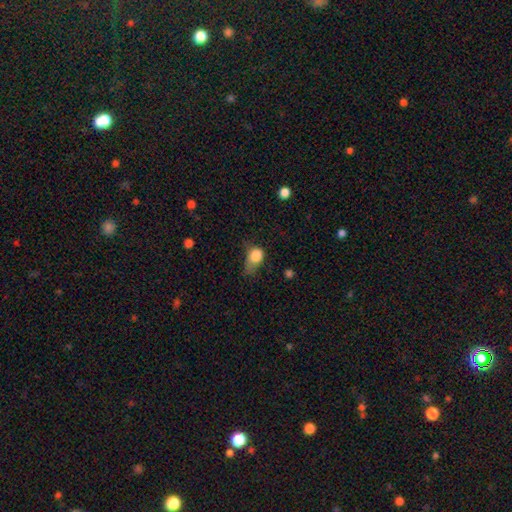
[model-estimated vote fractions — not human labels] Smooth or featured: smooth — 80% (featured or disk — 10%)
How rounded: in between — 54% (round — 44%)
Merging: minor disturbance — 38% (major disturbance — 37%)